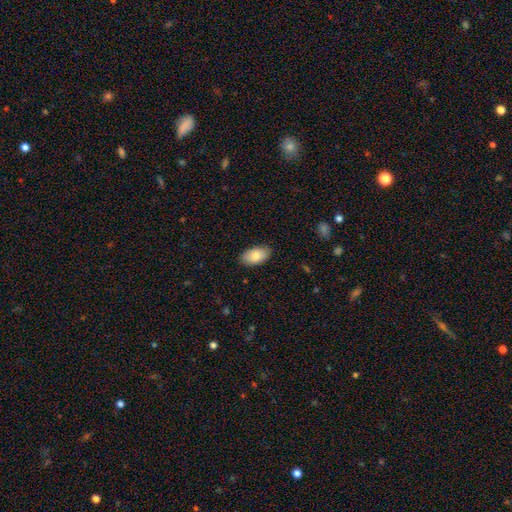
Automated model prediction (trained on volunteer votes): A smooth galaxy with no disk features (82%) that is in between round and cigar-shaped (95%).

Vote fractions:
- Smooth or featured? smooth: 82% / featured or disk: 12% / star or artifact: 6%
- How rounded? in between: 95% / round: 3% / cigar-shaped: 2%
- Merging? none: 86% / minor disturbance: 11% / major disturbance: 2% / merger: 1%